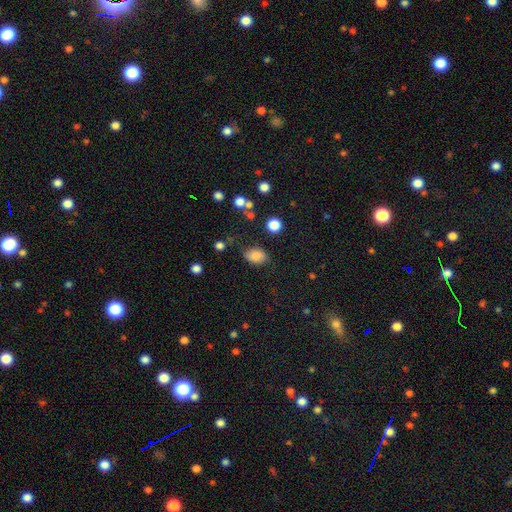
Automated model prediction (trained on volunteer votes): Smooth or featured?
  - smooth: 82% *
  - star or artifact: 10%
  - featured or disk: 8%
How rounded?
  - in between: 81% *
  - round: 18%
  - cigar-shaped: 1%
Merging?
  - none: 73% *
  - minor disturbance: 19%
  - major disturbance: 6%
  - merger: 3%